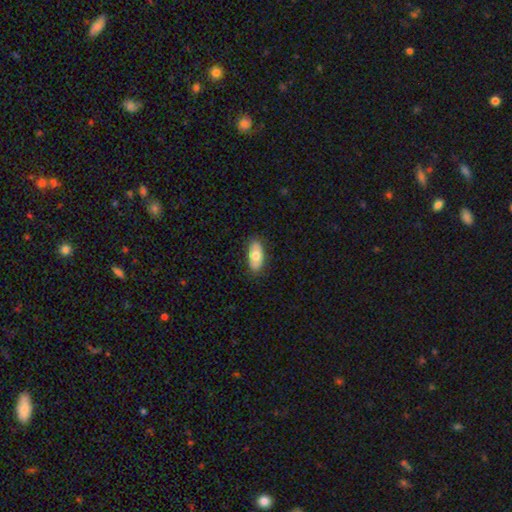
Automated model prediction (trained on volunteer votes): Overall: smooth (71%). How rounded: in between (88%). Merging: none (84%).